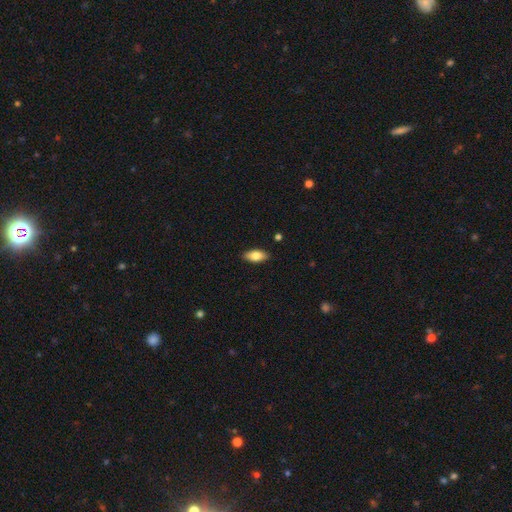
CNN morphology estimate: Smooth or featured: smooth — 77% (featured or disk — 16%)
How rounded: in between — 87% (cigar-shaped — 10%)
Merging: none — 89% (minor disturbance — 8%)